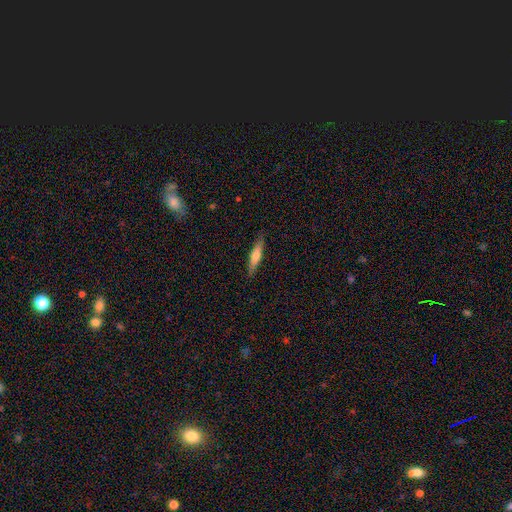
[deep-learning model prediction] A smooth galaxy with no disk features (49%). Merging: none (89%).